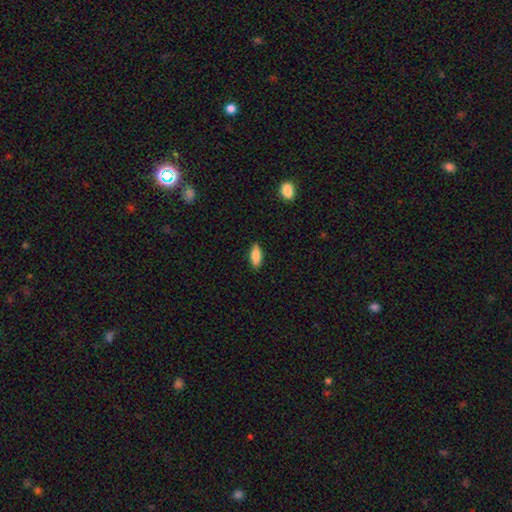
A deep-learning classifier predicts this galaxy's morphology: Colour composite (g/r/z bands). It shows a smooth galaxy with no disk features (81%) that is in between round and cigar-shaped (70%). Merging: none (87%).